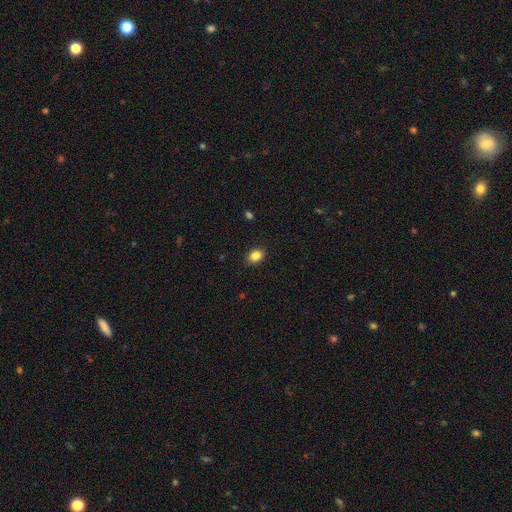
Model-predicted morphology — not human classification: This appears to be a smooth galaxy with no disk features (85%) that is in between round and cigar-shaped (61%). Merging: none (89%).